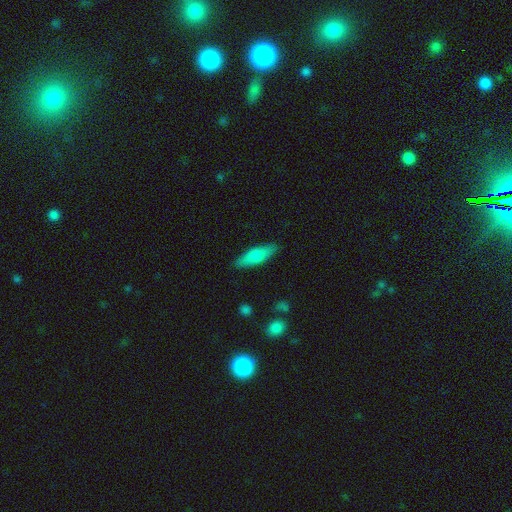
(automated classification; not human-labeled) A smooth galaxy with no disk features (72%) that is cigar-shaped (50%). Merging: none (86%).